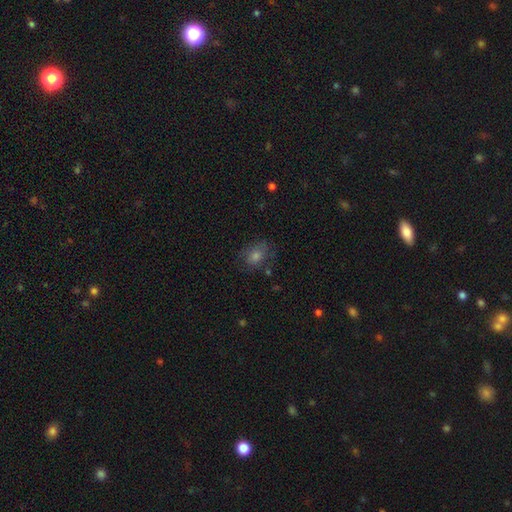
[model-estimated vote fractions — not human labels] This appears to be a smooth galaxy with no disk features (58%) that is in between round and cigar-shaped (55%). Merging: none (71%).